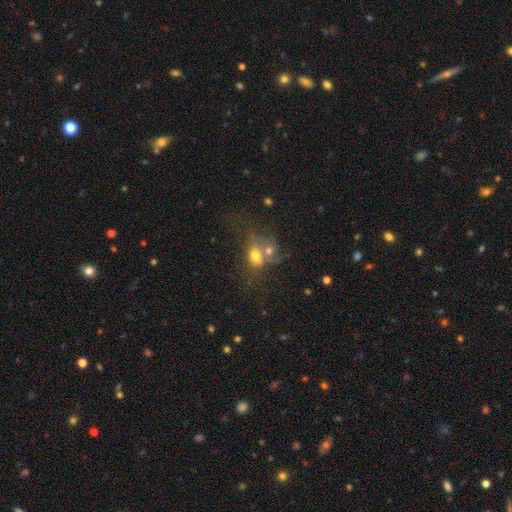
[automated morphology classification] Overall: smooth (60%; featured or disk 25%). How rounded: in between (57%; round 40%). Merging: merger (53%; none 24%).